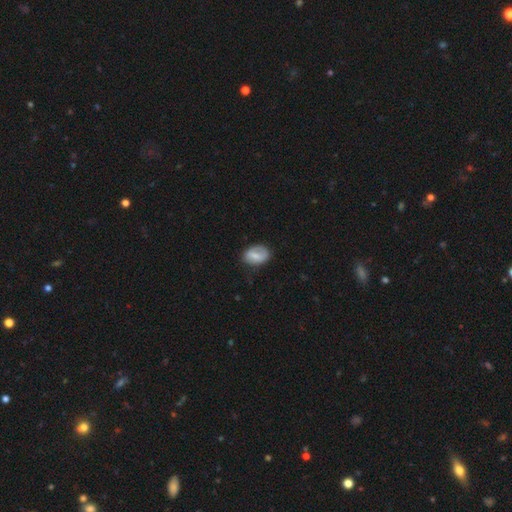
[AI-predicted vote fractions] A smooth galaxy with no disk features (67%) that is in between round and cigar-shaped (82%).

Vote fractions:
- Smooth or featured? smooth: 67% / featured or disk: 26% / star or artifact: 7%
- How rounded? in between: 82% / round: 17% / cigar-shaped: 2%
- Merging? none: 70% / minor disturbance: 22% / major disturbance: 7% / merger: 1%